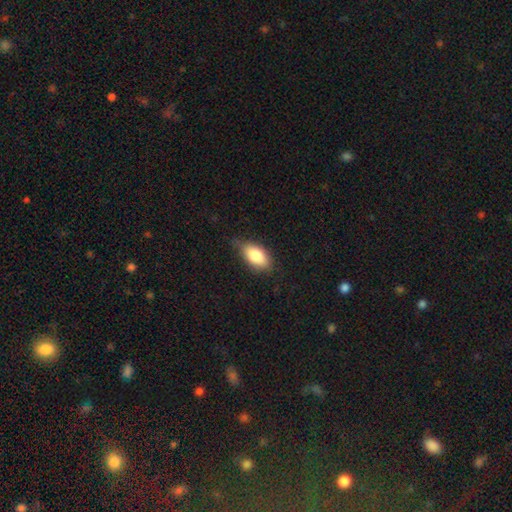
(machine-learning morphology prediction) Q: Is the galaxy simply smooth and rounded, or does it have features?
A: smooth — 83%.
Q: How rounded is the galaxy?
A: in between — 91%.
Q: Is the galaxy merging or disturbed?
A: none — 72%.